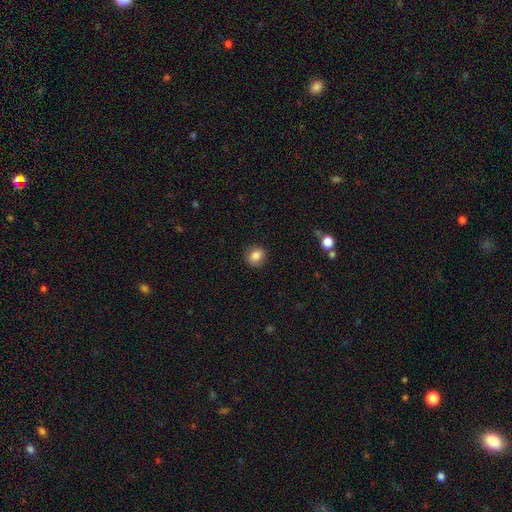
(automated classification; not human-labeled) The model was most divided on "how rounded": round: 75%, in between: 24%, cigar-shaped: 1%. More confident: merging — none (88%); smooth or featured — smooth (84%).